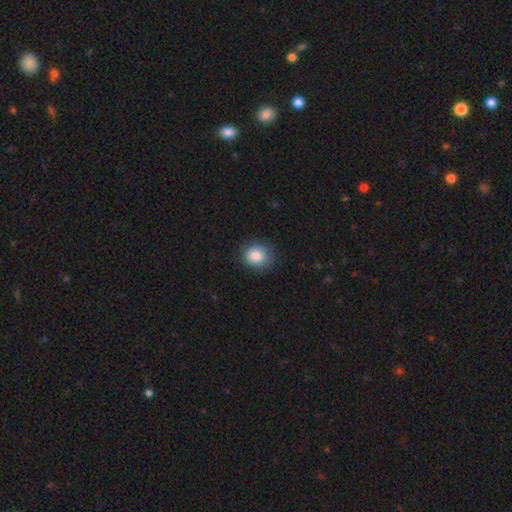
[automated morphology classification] type=smooth (87%); roundness=round (76%); merging=none (85%).